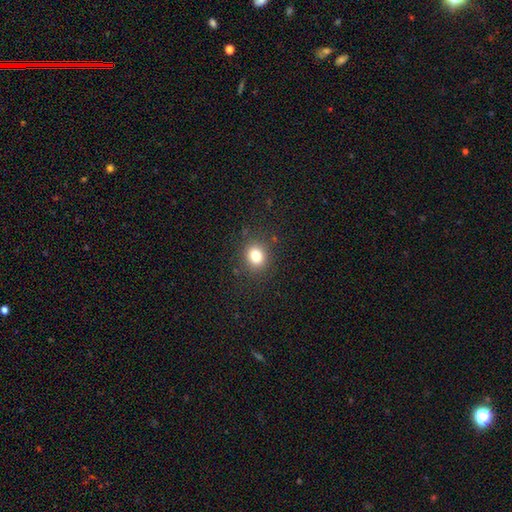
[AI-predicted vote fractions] Morphology: type=smooth (81%); roundness=round (66%); merging=none (86%).